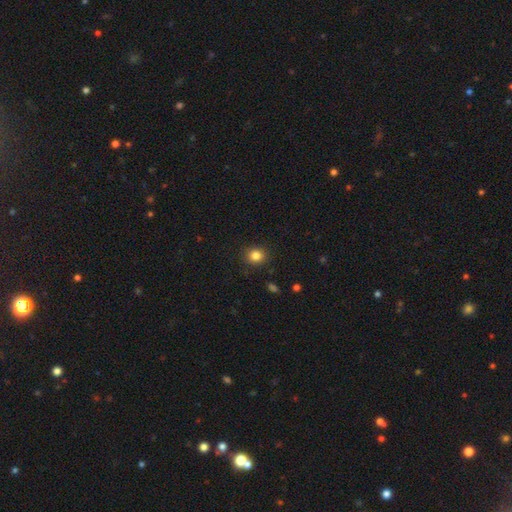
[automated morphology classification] smooth 83%, star or artifact 11%, featured or disk 5%. Down the decision tree: how rounded — round (80%); merging — none (90%).